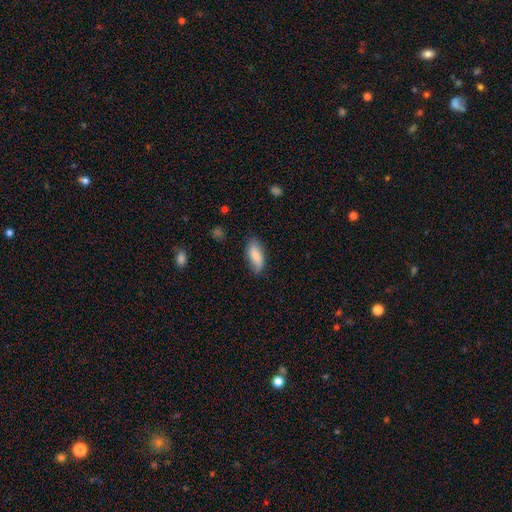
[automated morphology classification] type=smooth (80%); roundness=in between (82%); merging=none (74%).